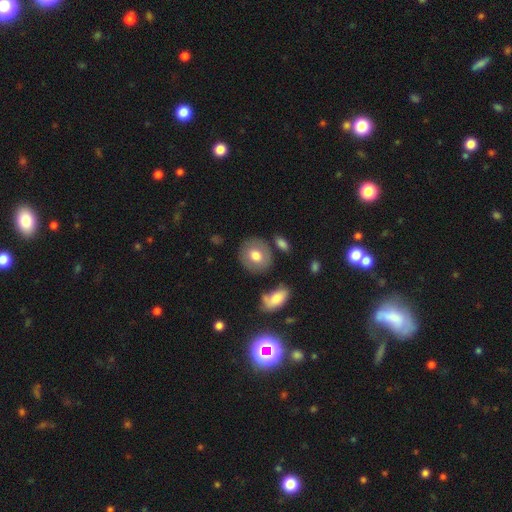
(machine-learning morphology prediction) Smooth or featured?
  - smooth: 67% *
  - featured or disk: 25%
  - star or artifact: 7%
How rounded?
  - round: 72% *
  - in between: 27%
  - cigar-shaped: 1%
Merging?
  - none: 78% *
  - minor disturbance: 12%
  - merger: 6%
  - major disturbance: 4%